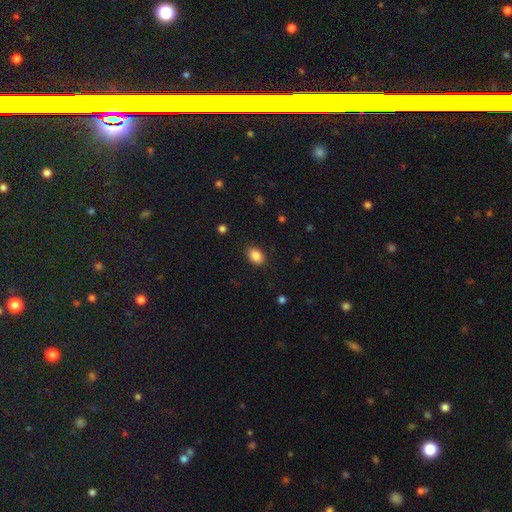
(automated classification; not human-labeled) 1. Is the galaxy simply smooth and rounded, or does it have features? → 88% smooth, 9% star or artifact, 4% featured or disk.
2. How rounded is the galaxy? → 80% in between, 19% round, 1% cigar-shaped.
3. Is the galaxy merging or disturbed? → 87% none, 9% minor disturbance, 3% major disturbance, 1% merger.